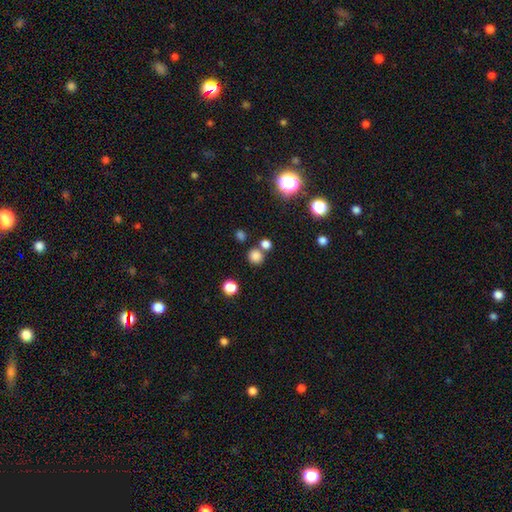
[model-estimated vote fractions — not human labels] This appears to be a smooth galaxy with no disk features (79%) that is round (89%). Merging: none (70%).